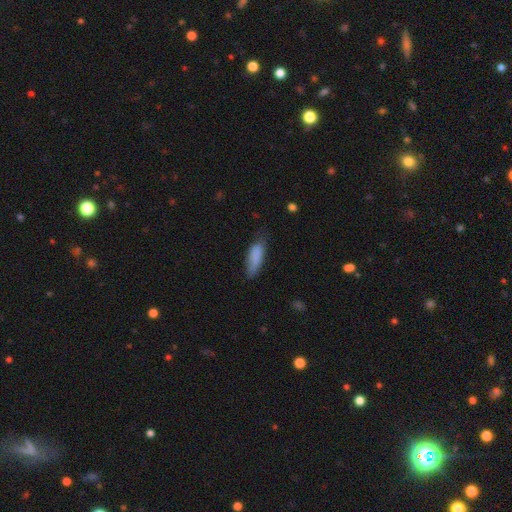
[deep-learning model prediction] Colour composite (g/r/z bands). It shows a smooth galaxy with no disk features (84%) that is in between round and cigar-shaped (56%). Merging: none (59%).